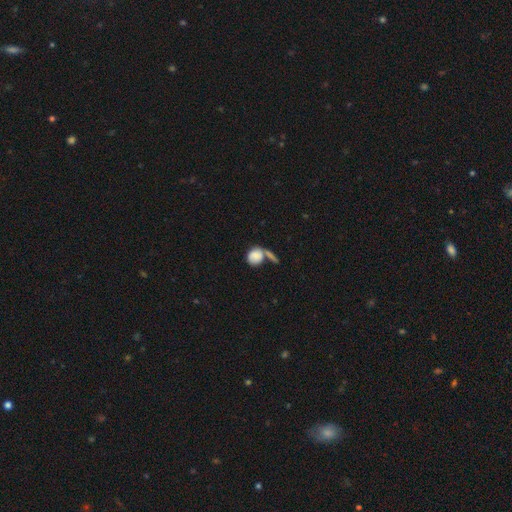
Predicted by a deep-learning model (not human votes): Smooth or featured? Predicted: smooth (p=0.82). How rounded? Predicted: round (p=0.65). Merging? Predicted: none (p=0.42).